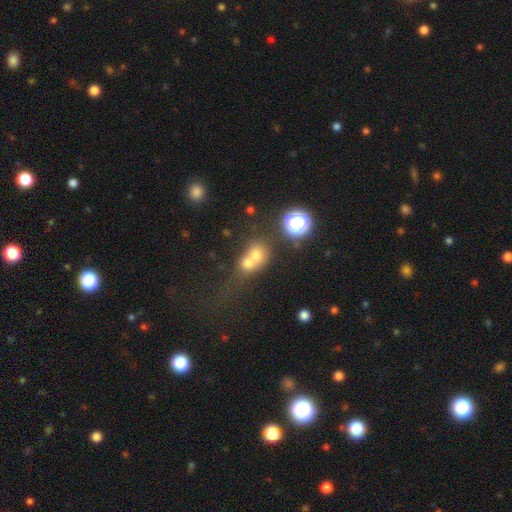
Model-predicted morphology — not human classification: smooth_or_featured: smooth (p=0.64) [alt: star or artifact p=0.18]
how_rounded: round (p=0.74) [alt: in between p=0.25]
merging: merger (p=0.64) [alt: none p=0.26]